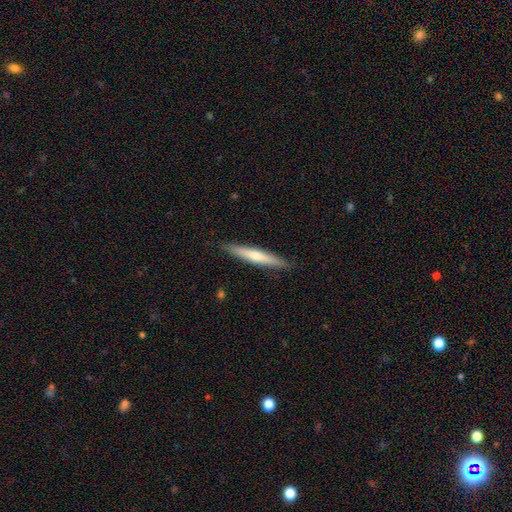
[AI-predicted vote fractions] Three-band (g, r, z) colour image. It shows a smooth galaxy with no disk features (54%) that is cigar-shaped (94%). Merging: none (90%).